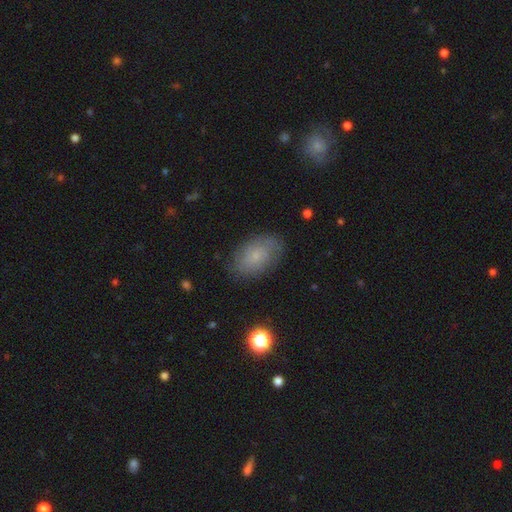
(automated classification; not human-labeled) Morphology: type=smooth (62%); roundness=in between (89%); merging=none (79%).